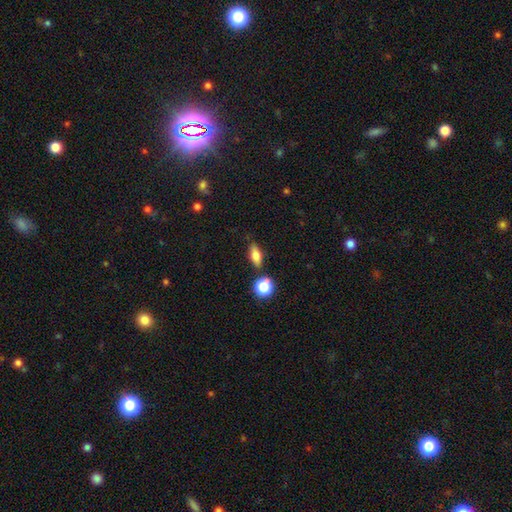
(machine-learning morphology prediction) The model was most divided on "how rounded": in between: 68%, cigar-shaped: 21%, round: 11%. More confident: merging — none (78%); smooth or featured — smooth (73%).